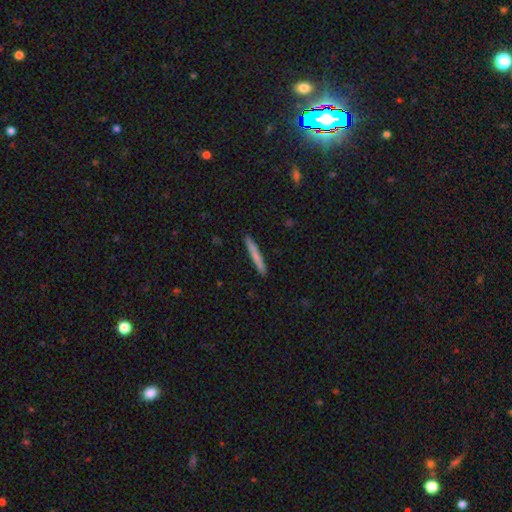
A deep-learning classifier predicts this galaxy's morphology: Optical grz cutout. It shows a smooth galaxy with no disk features (73%) that is cigar-shaped (96%). Merging: none (90%).